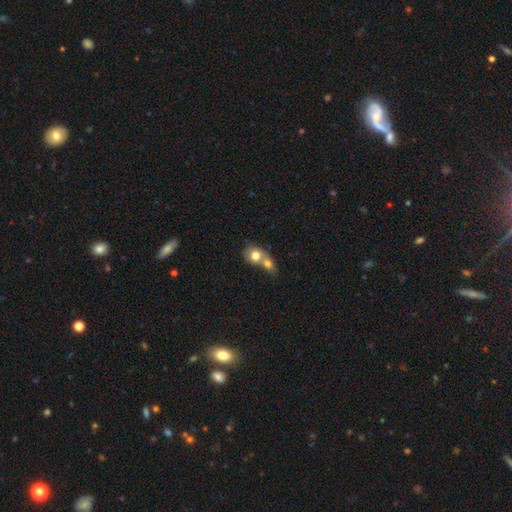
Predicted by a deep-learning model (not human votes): Q: Smooth or featured?
A: smooth (75%); runner-up: featured or disk (18%)
Q: How rounded?
A: round (62%); runner-up: in between (37%)
Q: Merging?
A: merger (74%); runner-up: none (17%)